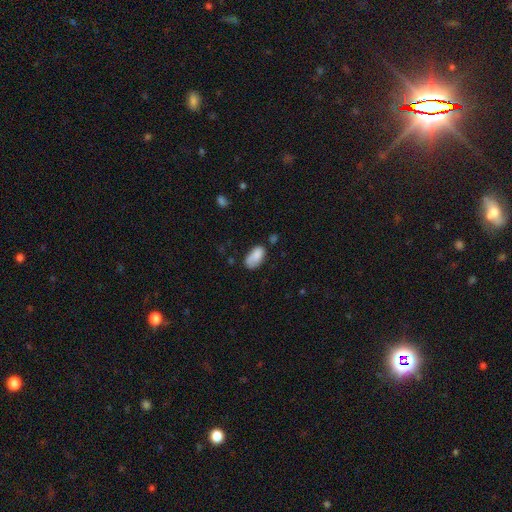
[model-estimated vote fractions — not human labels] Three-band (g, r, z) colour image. It shows a smooth galaxy with no disk features (83%) that is in between round and cigar-shaped (93%). Merging: none (56%).